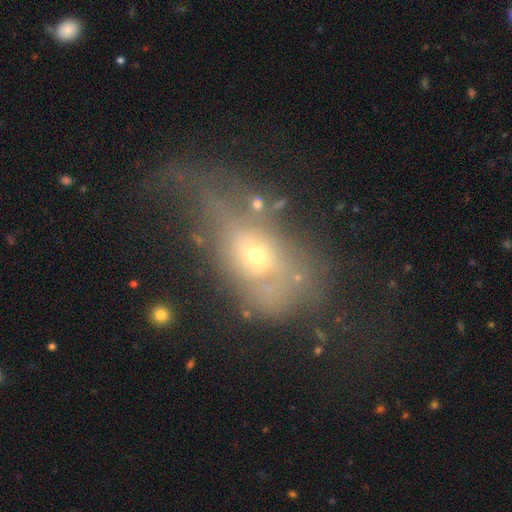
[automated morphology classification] This is marginally a smooth galaxy (44%). Merging: possibly major disturbance (53%).